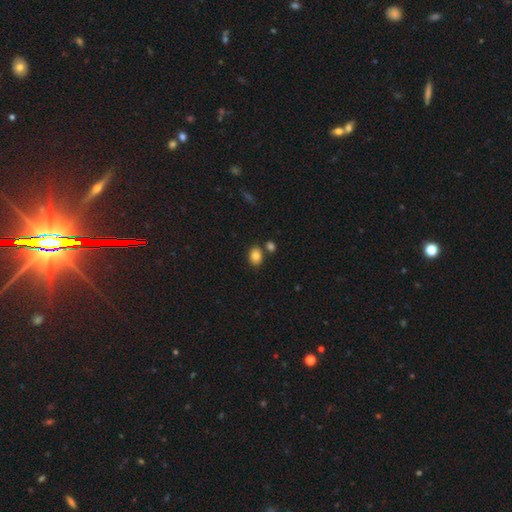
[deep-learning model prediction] A smooth galaxy with no disk features (84%) that is in between round and cigar-shaped (73%).

Vote fractions:
- Smooth or featured? smooth: 84% / star or artifact: 9% / featured or disk: 6%
- How rounded? in between: 73% / round: 26% / cigar-shaped: 1%
- Merging? none: 73% / merger: 14% / minor disturbance: 10% / major disturbance: 3%